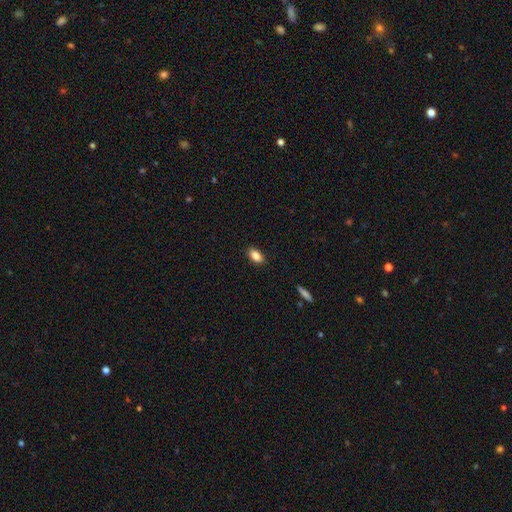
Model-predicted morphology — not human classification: smooth-or-featured: smooth: 87% | star or artifact: 8% | featured or disk: 5%
  how-rounded: in between: 90% | round: 6% | cigar-shaped: 4%
  merging: none: 89% | minor disturbance: 8% | major disturbance: 2% | merger: 1%